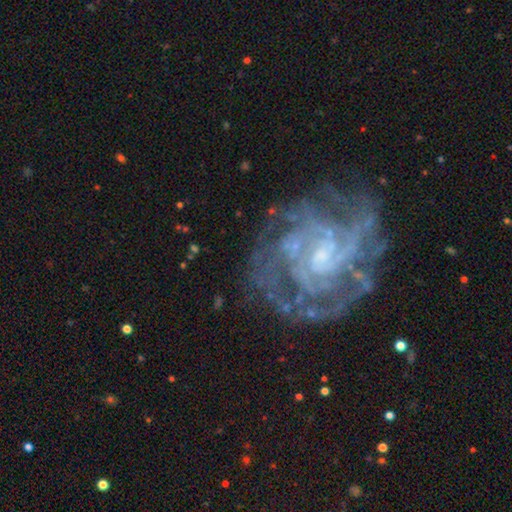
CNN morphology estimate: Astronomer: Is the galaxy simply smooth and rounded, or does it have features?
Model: featured or disk — 84%.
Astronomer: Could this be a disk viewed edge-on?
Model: no — 98%.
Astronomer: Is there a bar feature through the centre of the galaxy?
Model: no — 51% (runner-up: weak, 39%).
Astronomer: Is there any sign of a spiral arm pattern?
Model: yes — 91%.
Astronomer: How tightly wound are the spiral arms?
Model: tight — 60%.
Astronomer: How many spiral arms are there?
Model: can't tell — 38% (runner-up: 3, 17%).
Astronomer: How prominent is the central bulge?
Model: small — 63%.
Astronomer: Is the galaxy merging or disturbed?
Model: none — 69%.